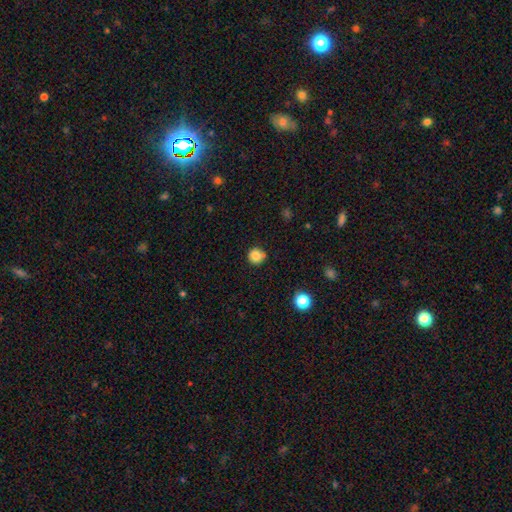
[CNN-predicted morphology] Q: Smooth or featured?
A: smooth (83%); runner-up: star or artifact (12%)
Q: How rounded?
A: round (92%); runner-up: in between (7%)
Q: Merging?
A: none (76%); runner-up: minor disturbance (16%)